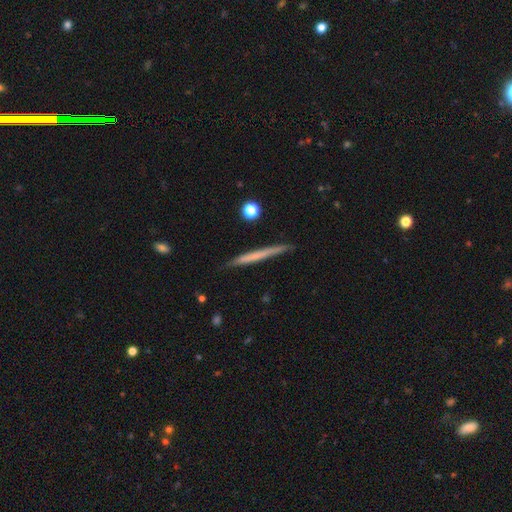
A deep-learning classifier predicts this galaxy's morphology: Smooth or featured: smooth — 54% (featured or disk — 40%)
How rounded: cigar-shaped — 97% (in between — 2%)
Merging: none — 89% (minor disturbance — 8%)